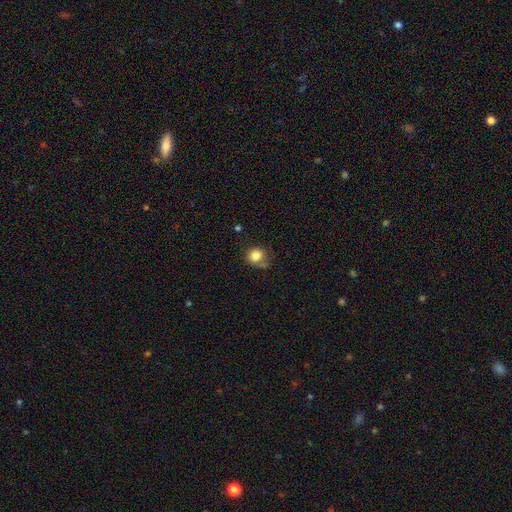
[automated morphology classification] A smooth galaxy with no disk features (81%) that is round (80%).

Vote fractions:
- Smooth or featured? smooth: 81% / star or artifact: 10% / featured or disk: 9%
- How rounded? round: 80% / in between: 19% / cigar-shaped: 1%
- Merging? none: 57% / minor disturbance: 27% / major disturbance: 13% / merger: 4%